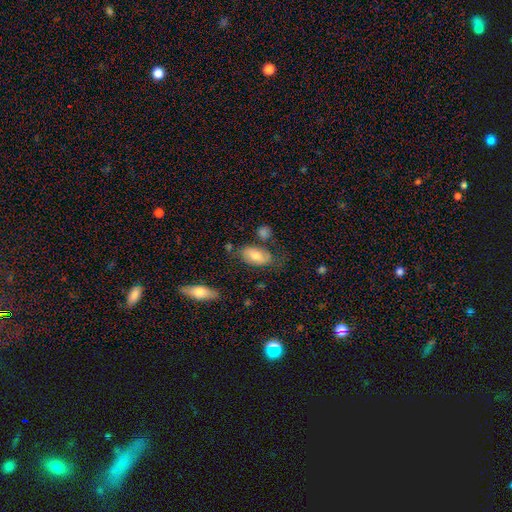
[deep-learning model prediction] Morphology: type=smooth (64%); roundness=in between (91%); merging=none (60%).